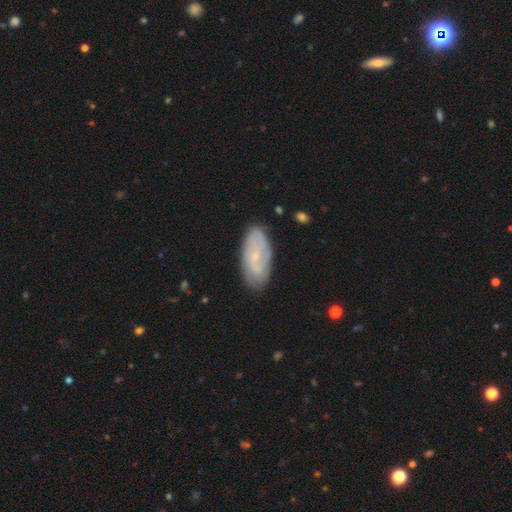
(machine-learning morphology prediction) This appears to be a featured or disk galaxy (52%). Merging: none (80%).